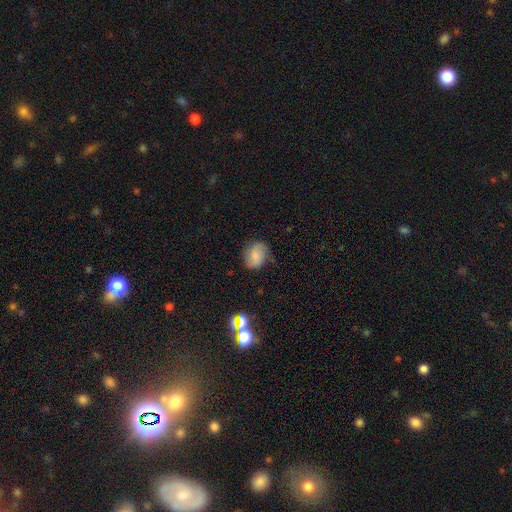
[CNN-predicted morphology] A smooth galaxy with no disk features (65%) that is round (52%).

Vote fractions:
- Smooth or featured? smooth: 65% / featured or disk: 24% / star or artifact: 11%
- How rounded? round: 52% / in between: 47% / cigar-shaped: 1%
- Merging? none: 73% / minor disturbance: 20% / major disturbance: 5% / merger: 2%